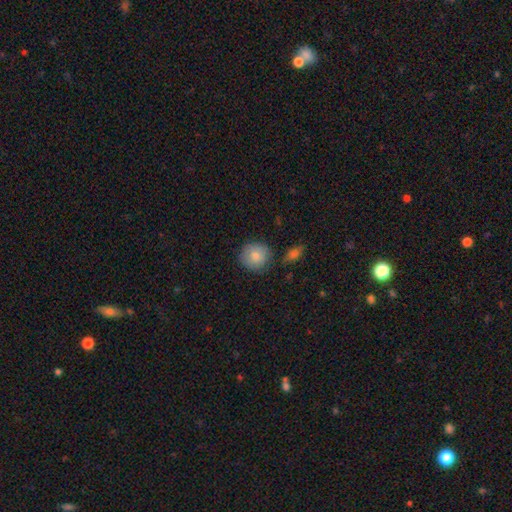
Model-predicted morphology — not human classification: smooth-or-featured: smooth: 83% | featured or disk: 10% | star or artifact: 7%
  how-rounded: round: 87% | in between: 12% | cigar-shaped: 1%
  merging: none: 78% | minor disturbance: 14% | merger: 5% | major disturbance: 3%